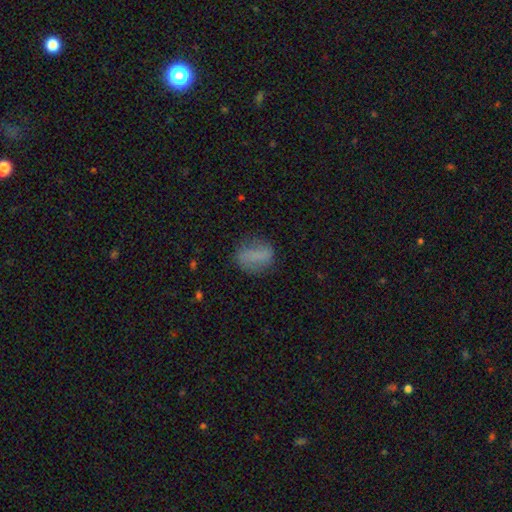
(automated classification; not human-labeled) smooth 68%, featured or disk 22%, star or artifact 11%. Down the decision tree: how rounded — in between (64%); merging — none (71%).